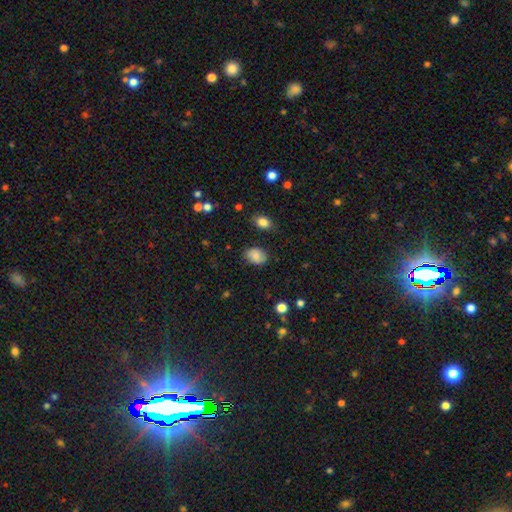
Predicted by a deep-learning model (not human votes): Smooth or featured? Predicted: smooth (p=0.81). How rounded? Predicted: in between (p=0.73). Merging? Predicted: none (p=0.78).